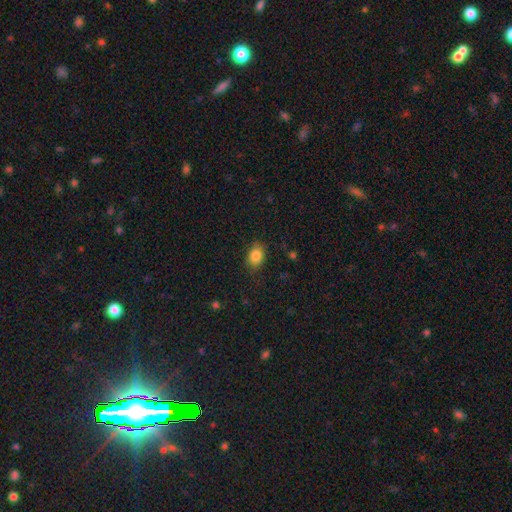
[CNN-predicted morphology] smooth-or-featured: smooth: 85% | star or artifact: 9% | featured or disk: 6%
  how-rounded: in between: 69% | round: 30% | cigar-shaped: 1%
  merging: none: 82% | minor disturbance: 14% | major disturbance: 3% | merger: 1%